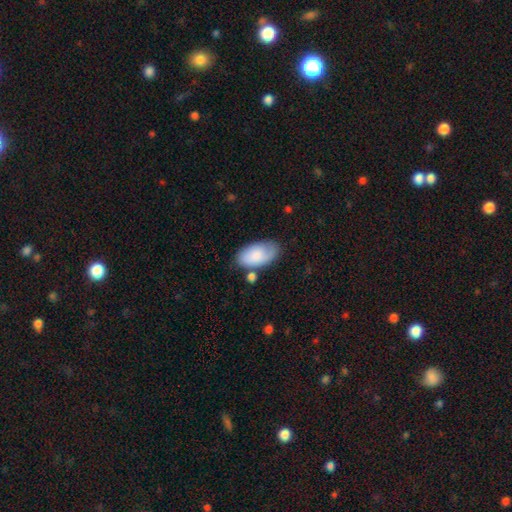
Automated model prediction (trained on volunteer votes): smooth 74%, featured or disk 19%, star or artifact 7%. Down the decision tree: how rounded — in between (95%); merging — none (65%).